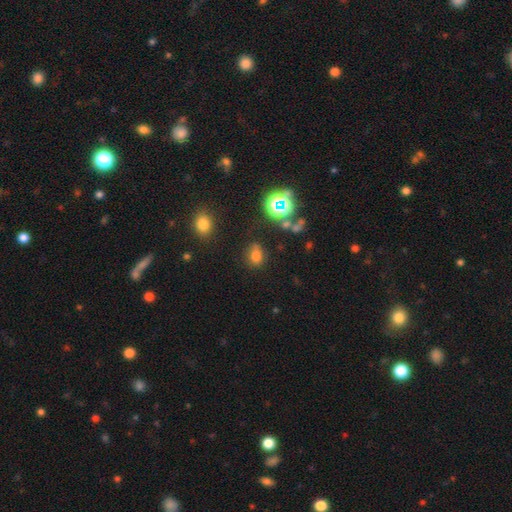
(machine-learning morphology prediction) The model was most divided on "how rounded": in between: 67%, round: 31%, cigar-shaped: 2%. More confident: smooth or featured — smooth (70%); merging — none (69%).